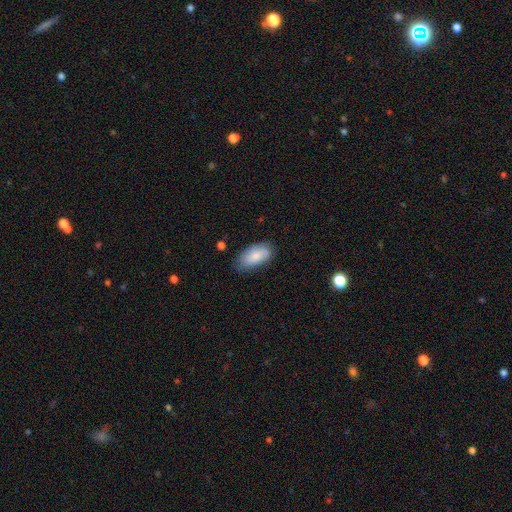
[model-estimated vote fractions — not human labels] Q: Smooth or featured?
A: smooth (79%); runner-up: featured or disk (15%)
Q: How rounded?
A: in between (93%); runner-up: cigar-shaped (4%)
Q: Merging?
A: none (70%); runner-up: minor disturbance (24%)